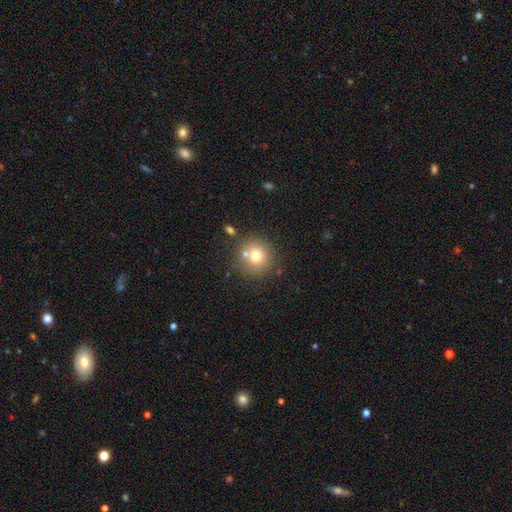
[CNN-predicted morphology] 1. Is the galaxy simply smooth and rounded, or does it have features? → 72% smooth, 16% featured or disk, 12% star or artifact.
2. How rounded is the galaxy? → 91% round, 8% in between, 1% cigar-shaped.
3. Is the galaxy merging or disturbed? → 69% none, 17% merger, 10% minor disturbance, 4% major disturbance.